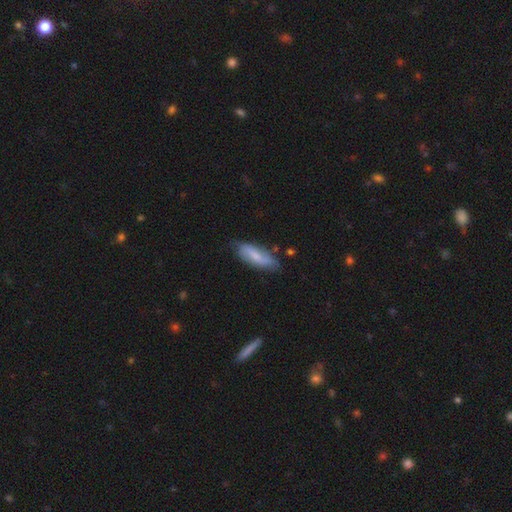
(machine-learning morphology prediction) smooth_or_featured: smooth (p=0.60) [alt: featured or disk p=0.34]
how_rounded: in between (p=0.68) [alt: cigar-shaped p=0.30]
merging: none (p=0.69) [alt: minor disturbance p=0.23]